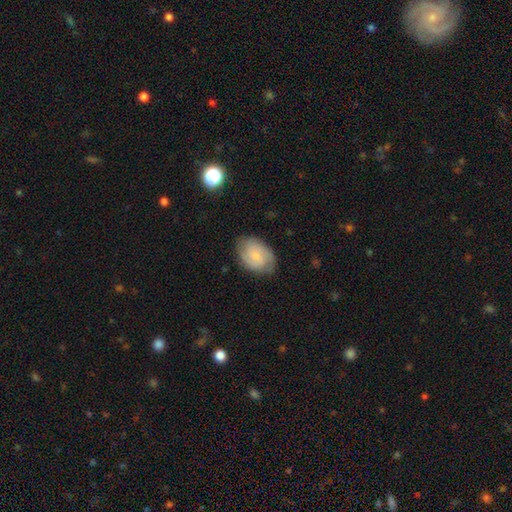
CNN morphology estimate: A featured or disk galaxy (50%).

Vote fractions:
- Smooth or featured? featured or disk: 50% / smooth: 42% / star or artifact: 8%
- Edge-on disk? no: 97% / yes: 3%
- Merging? none: 77% / minor disturbance: 17% / major disturbance: 5% / merger: 1%